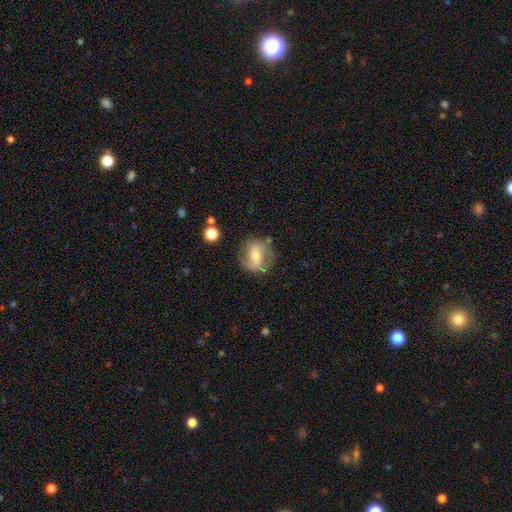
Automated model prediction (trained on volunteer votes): This is possibly a featured or disk galaxy (57%). It is clearly not viewed edge-on (94%). Bar: marginally weak (37%). Spiral arm pattern: likely yes (70%). Central bulge: possibly moderate (55%). Merging: likely none (71%).